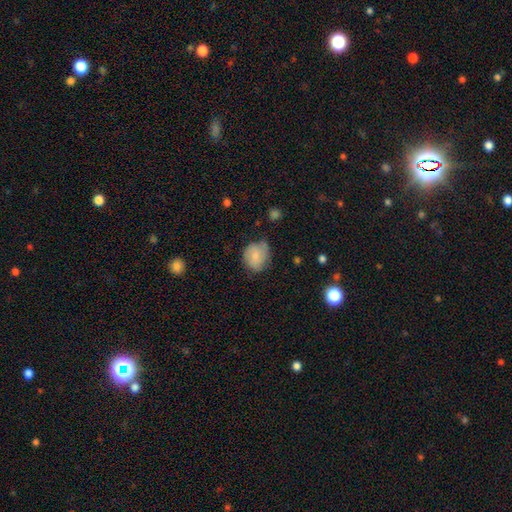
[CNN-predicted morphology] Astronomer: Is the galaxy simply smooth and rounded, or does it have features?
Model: smooth — 71%.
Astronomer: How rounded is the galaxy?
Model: round — 59% (runner-up: in between, 40%).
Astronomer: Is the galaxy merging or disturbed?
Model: none — 56% (runner-up: minor disturbance, 32%).